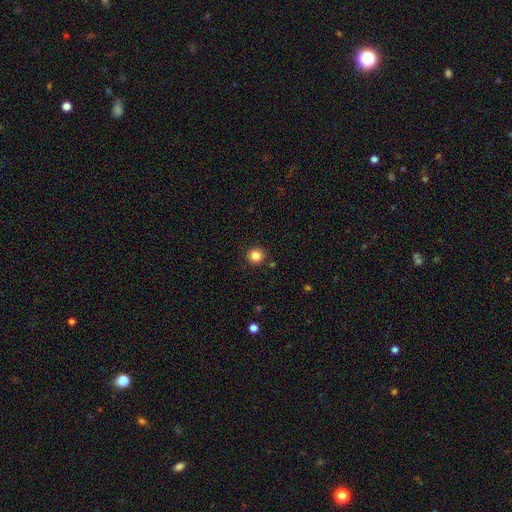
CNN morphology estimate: Smooth or featured: smooth — 84% (star or artifact — 12%)
How rounded: round — 95% (in between — 4%)
Merging: none — 91% (minor disturbance — 5%)